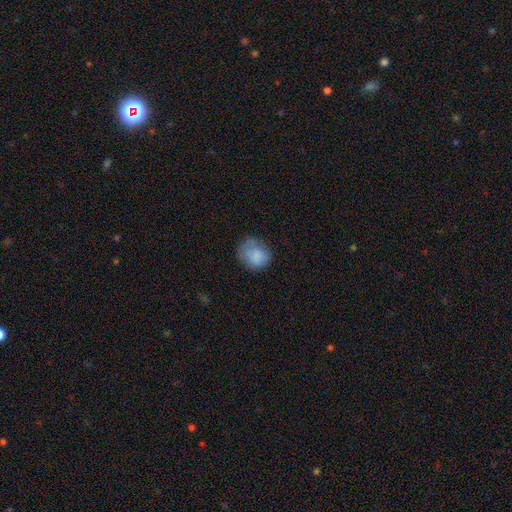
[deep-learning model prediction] A smooth galaxy with no disk features (79%) that is round (60%). Merging: none (55%).